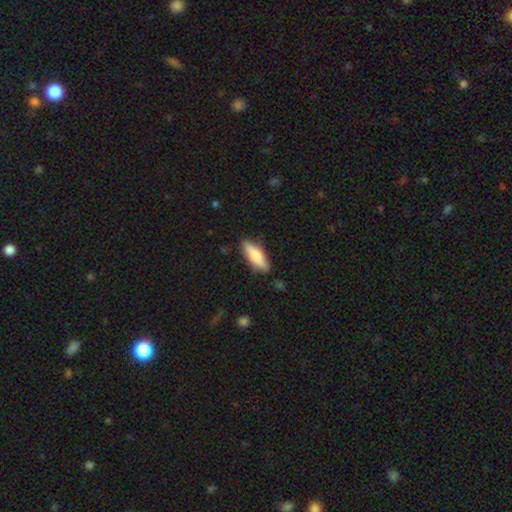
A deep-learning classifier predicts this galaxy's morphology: smooth 74%, featured or disk 21%, star or artifact 6%. Down the decision tree: how rounded — in between (51%); merging — none (85%).